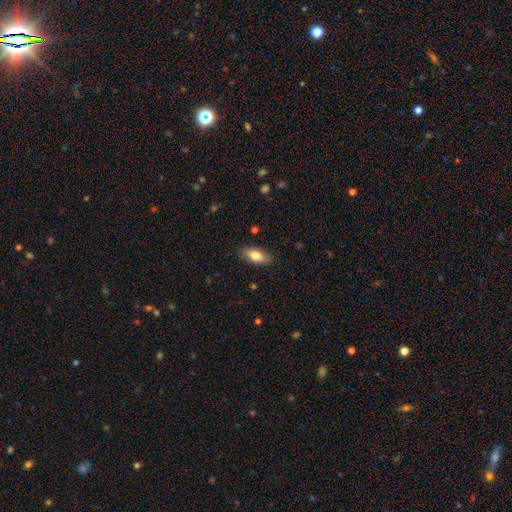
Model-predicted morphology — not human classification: Overall: smooth (77%). How rounded: in between (78%). Merging: none (86%).